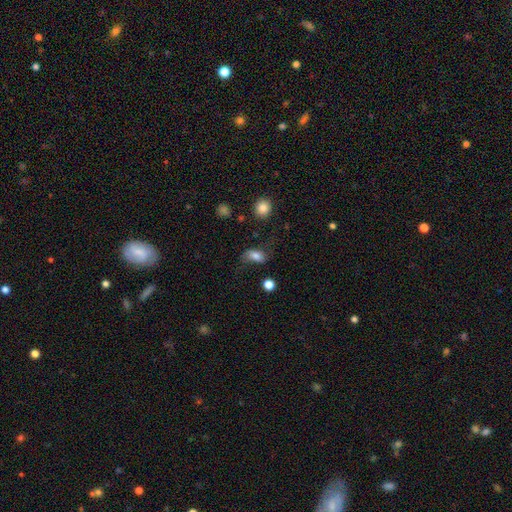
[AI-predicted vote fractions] Smooth or featured? Predicted: smooth (p=0.74). How rounded? Predicted: in between (p=0.85). Merging? Predicted: none (p=0.50).